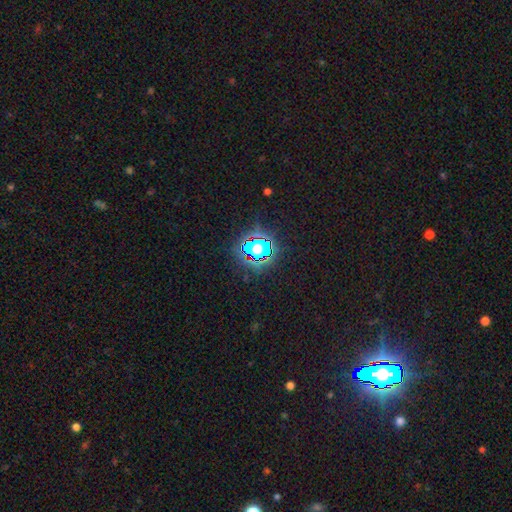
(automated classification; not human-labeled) smooth_or_featured: star or artifact (p=0.82) [alt: smooth p=0.11]